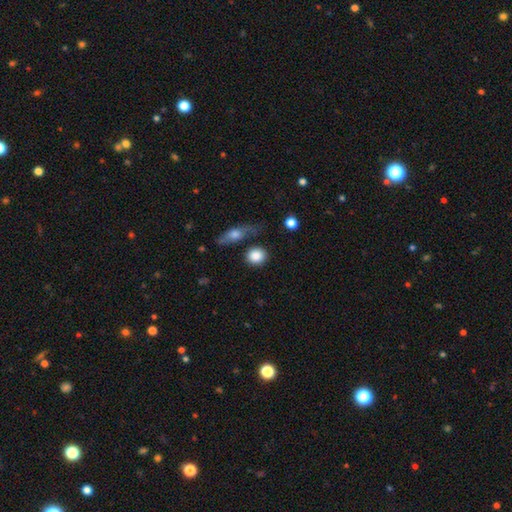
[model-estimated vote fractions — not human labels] Smooth or featured? smooth (86%)
How rounded? round (81%)
Merging? none (77%)